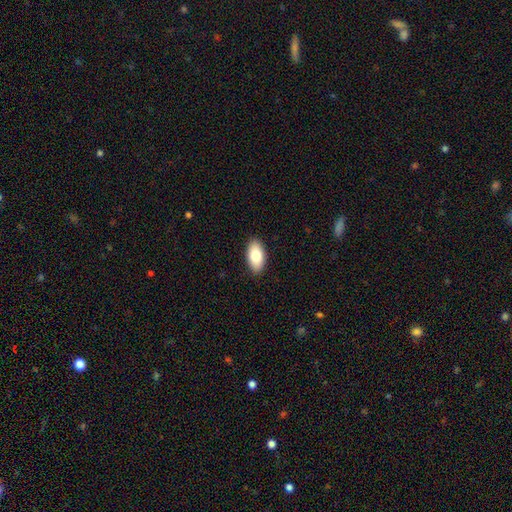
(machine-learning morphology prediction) Overall: smooth (81%). How rounded: in between (94%). Merging: none (89%).